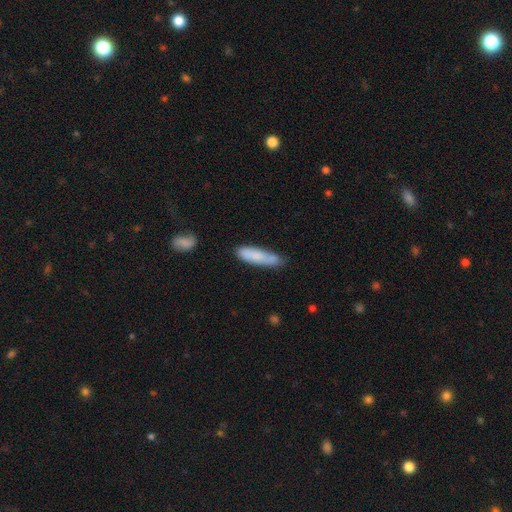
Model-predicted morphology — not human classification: Smooth or featured: smooth — 80% (featured or disk — 14%)
How rounded: cigar-shaped — 72% (in between — 27%)
Merging: none — 67% (minor disturbance — 23%)